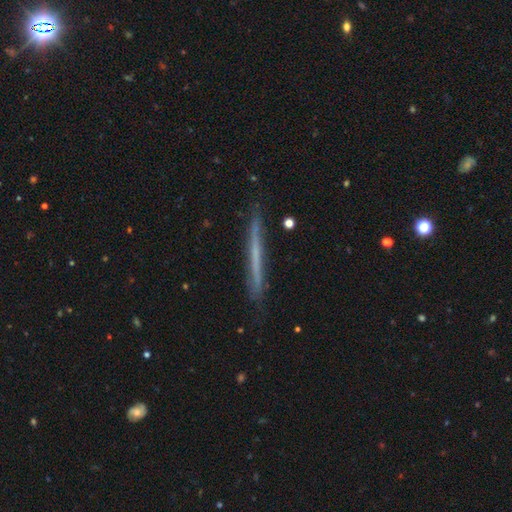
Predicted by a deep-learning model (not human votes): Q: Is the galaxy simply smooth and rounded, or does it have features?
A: featured or disk — 50%.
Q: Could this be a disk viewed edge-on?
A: yes — 95%.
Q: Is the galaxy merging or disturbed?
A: none — 85%.